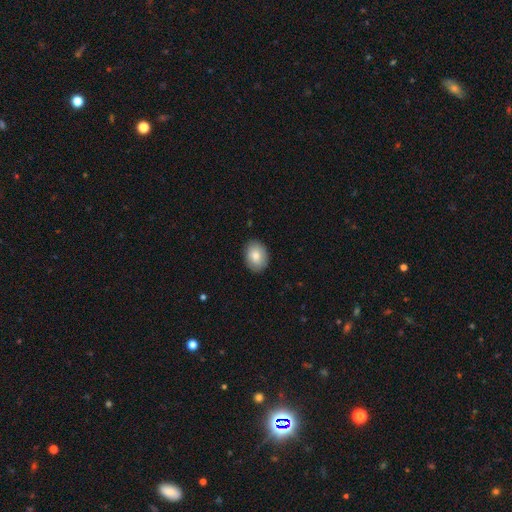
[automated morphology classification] smooth 84%, featured or disk 10%, star or artifact 7%. Down the decision tree: how rounded — in between (69%); merging — none (87%).